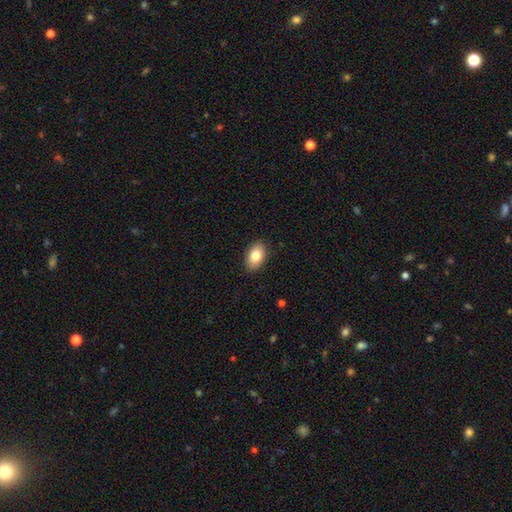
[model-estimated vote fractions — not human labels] smooth-or-featured: smooth: 83% | featured or disk: 10% | star or artifact: 7%
  how-rounded: in between: 91% | round: 8% | cigar-shaped: 1%
  merging: none: 88% | minor disturbance: 9% | major disturbance: 2% | merger: 1%